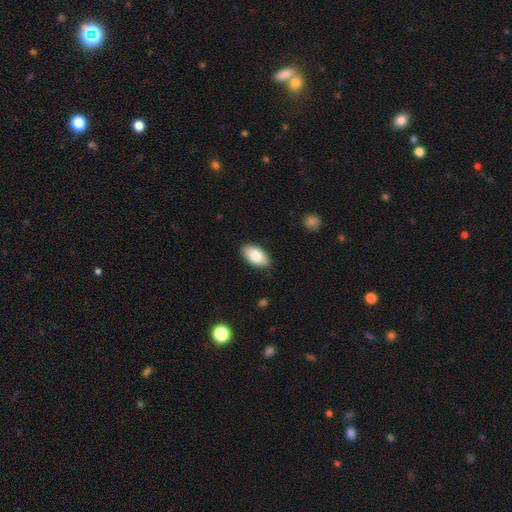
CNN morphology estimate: Smooth or featured? Predicted: smooth (p=0.83). How rounded? Predicted: in between (p=0.95). Merging? Predicted: none (p=0.88).